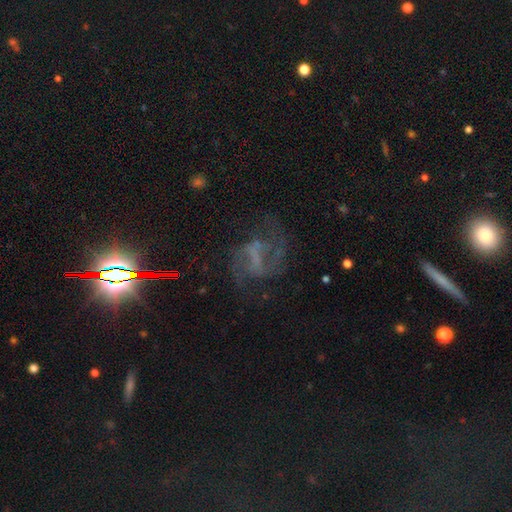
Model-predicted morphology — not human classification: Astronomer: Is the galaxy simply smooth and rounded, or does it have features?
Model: featured or disk — 63%.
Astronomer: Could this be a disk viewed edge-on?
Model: no — 96%.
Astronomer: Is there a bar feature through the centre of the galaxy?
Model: weak — 38% (runner-up: strong, 33%).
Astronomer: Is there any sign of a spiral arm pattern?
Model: yes — 77%.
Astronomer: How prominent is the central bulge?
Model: none — 65%.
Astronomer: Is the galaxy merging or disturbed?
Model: none — 55%.